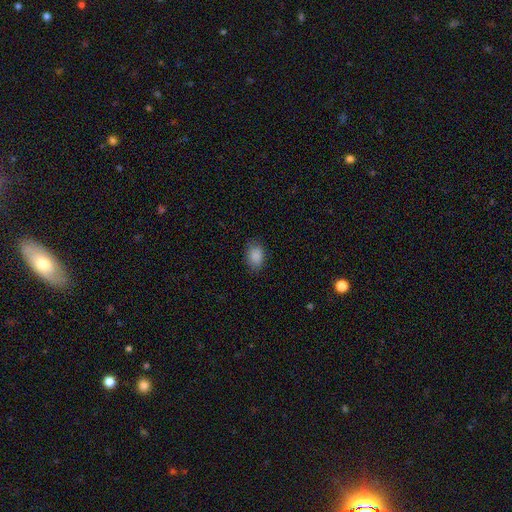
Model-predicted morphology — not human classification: Smooth or featured?
  - smooth: 88% *
  - star or artifact: 8%
  - featured or disk: 4%
How rounded?
  - in between: 80% *
  - round: 19%
  - cigar-shaped: 1%
Merging?
  - none: 80% *
  - minor disturbance: 15%
  - major disturbance: 4%
  - merger: 1%